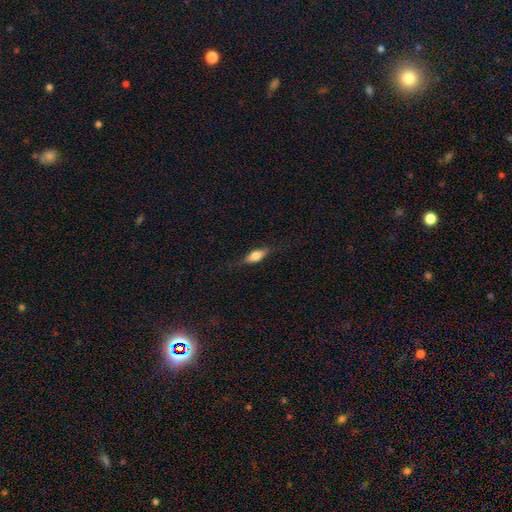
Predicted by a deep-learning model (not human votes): Smooth or featured? Predicted: smooth (p=0.60). How rounded? Predicted: in between (p=0.63). Merging? Predicted: none (p=0.78).